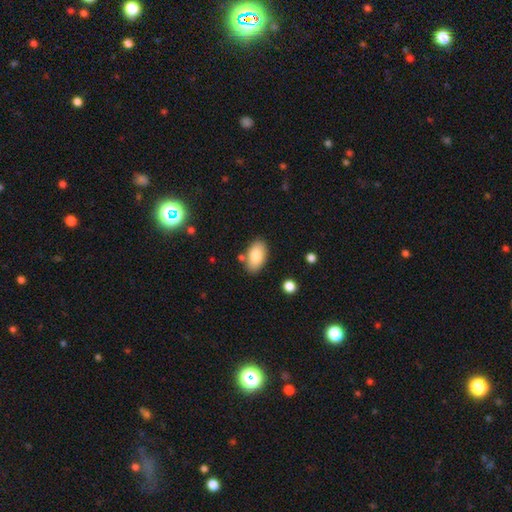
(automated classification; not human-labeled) Q: Smooth or featured?
A: smooth (82%); runner-up: featured or disk (11%)
Q: How rounded?
A: in between (94%); runner-up: round (4%)
Q: Merging?
A: none (81%); runner-up: minor disturbance (12%)